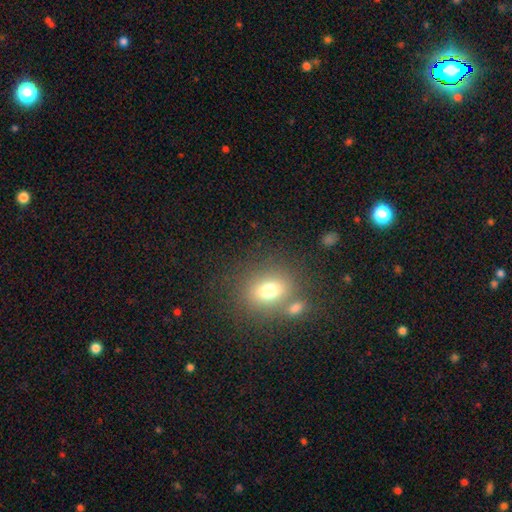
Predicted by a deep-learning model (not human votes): A smooth galaxy with no disk features (62%) that is round (59%).

Vote fractions:
- Smooth or featured? smooth: 62% / star or artifact: 25% / featured or disk: 13%
- How rounded? round: 59% / in between: 39% / cigar-shaped: 2%
- Merging? none: 68% / merger: 18% / minor disturbance: 10% / major disturbance: 4%